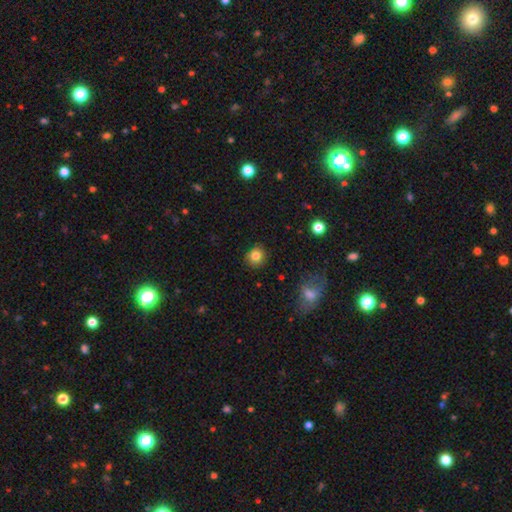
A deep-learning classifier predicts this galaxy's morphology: Q: Smooth or featured?
A: smooth (83%); runner-up: star or artifact (11%)
Q: How rounded?
A: round (87%); runner-up: in between (12%)
Q: Merging?
A: none (90%); runner-up: minor disturbance (7%)